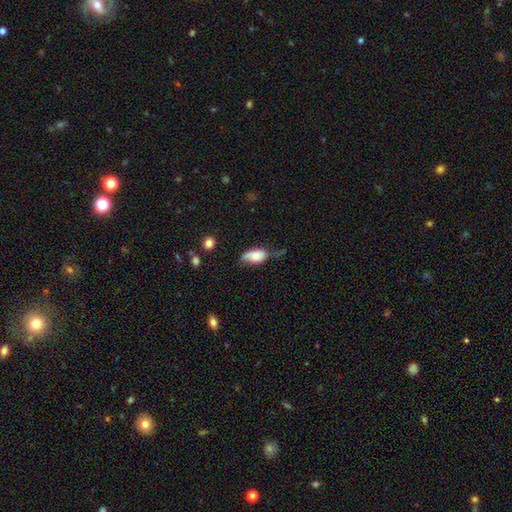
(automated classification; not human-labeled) Smooth or featured: smooth — 69% (featured or disk — 24%)
How rounded: in between — 90% (cigar-shaped — 6%)
Merging: minor disturbance — 39% (none — 36%)